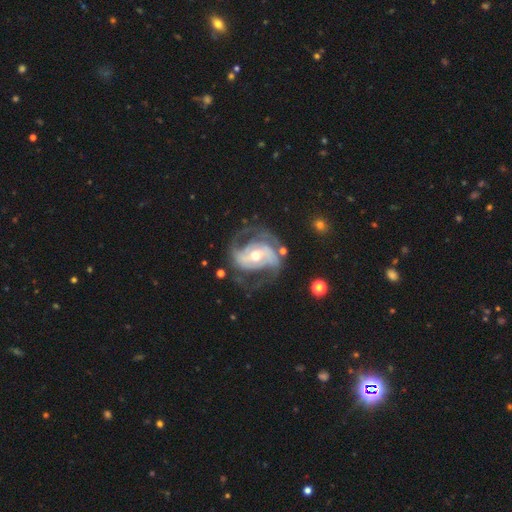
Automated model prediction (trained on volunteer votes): smooth-or-featured: featured or disk: 89% | smooth: 6% | star or artifact: 5%
  disk-edge-on: no: 97% | yes: 3%
    bar: weak: 40% | strong: 33% | no: 27%
    has-spiral-arms: yes: 95% | no: 5%
      spiral-winding: medium: 50% | tight: 29% | loose: 21%
      spiral-arm-count: 2: 73% | 3: 10% | can't tell: 9% | 1: 4% | 4: 2% | more than 4: 2%
    bulge-size: moderate: 71% | small: 18% | large: 9% | none: 1% | dominant: 1%
  merging: none: 59% | major disturbance: 19% | minor disturbance: 19% | merger: 3%